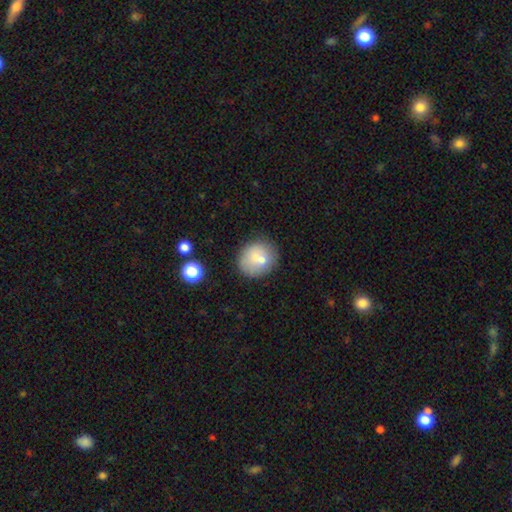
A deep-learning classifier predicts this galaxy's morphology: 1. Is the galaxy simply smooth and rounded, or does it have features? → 71% smooth, 19% featured or disk, 10% star or artifact.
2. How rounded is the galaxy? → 81% round, 18% in between, 1% cigar-shaped.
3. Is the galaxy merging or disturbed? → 69% none, 14% minor disturbance, 13% merger, 4% major disturbance.